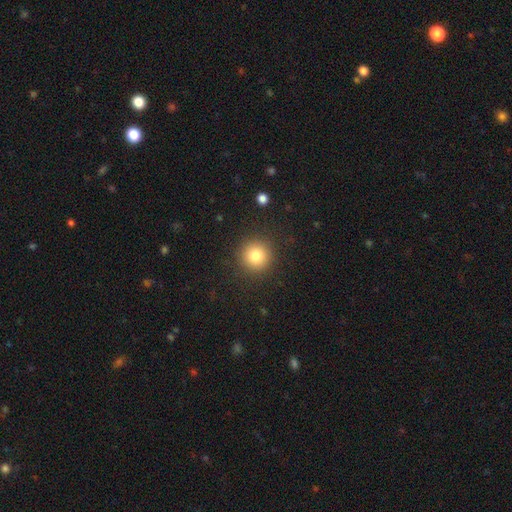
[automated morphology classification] Smooth or featured?
  - smooth: 82% *
  - star or artifact: 11%
  - featured or disk: 7%
How rounded?
  - round: 94% *
  - in between: 5%
  - cigar-shaped: 1%
Merging?
  - none: 90% *
  - minor disturbance: 6%
  - major disturbance: 3%
  - merger: 1%